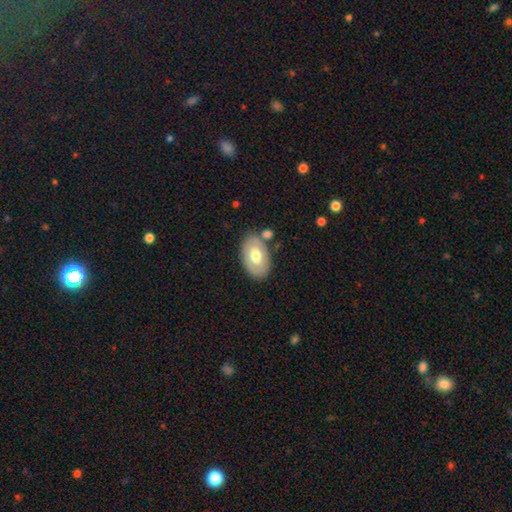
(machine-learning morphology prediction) smooth-or-featured: smooth: 56% | featured or disk: 39% | star or artifact: 6%
  how-rounded: in between: 91% | round: 8% | cigar-shaped: 1%
  merging: none: 72% | minor disturbance: 15% | merger: 9% | major disturbance: 5%